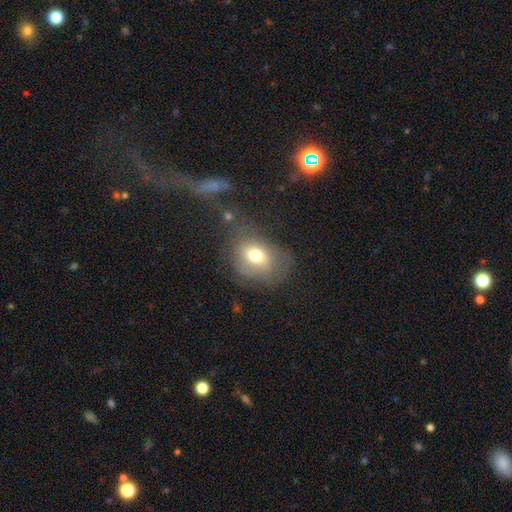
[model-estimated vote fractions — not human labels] Smooth or featured: smooth — 68% (featured or disk — 20%)
How rounded: in between — 54% (round — 45%)
Merging: none — 52% (minor disturbance — 23%)